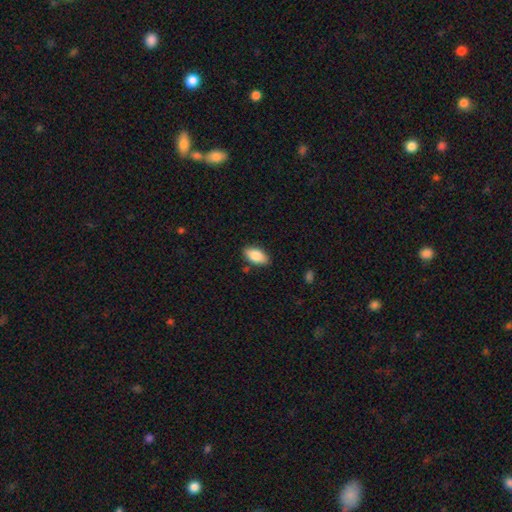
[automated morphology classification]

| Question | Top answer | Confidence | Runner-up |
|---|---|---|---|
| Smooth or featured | smooth | 84% | featured or disk (10%) |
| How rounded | in between | 91% | cigar-shaped (6%) |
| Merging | none | 84% | minor disturbance (11%) |